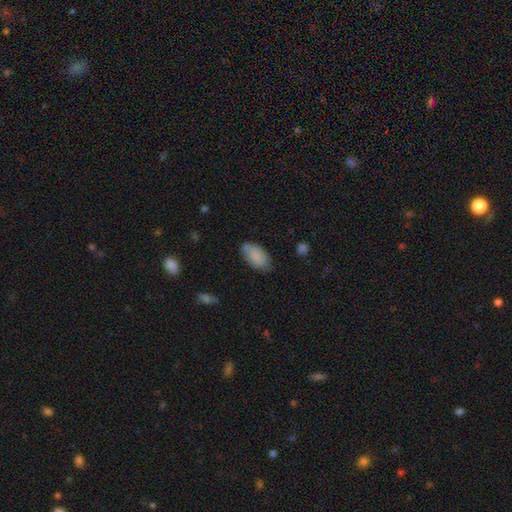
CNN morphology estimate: Q: Smooth or featured?
A: smooth (84%); runner-up: featured or disk (9%)
Q: How rounded?
A: in between (94%); runner-up: round (4%)
Q: Merging?
A: none (66%); runner-up: minor disturbance (24%)